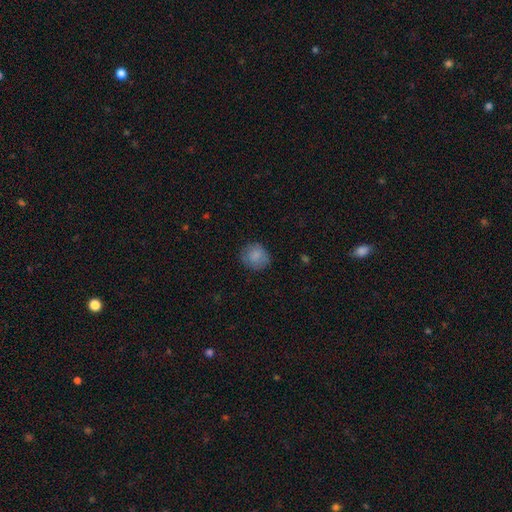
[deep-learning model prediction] Overall: smooth (84%). How rounded: round (82%). Merging: none (80%).